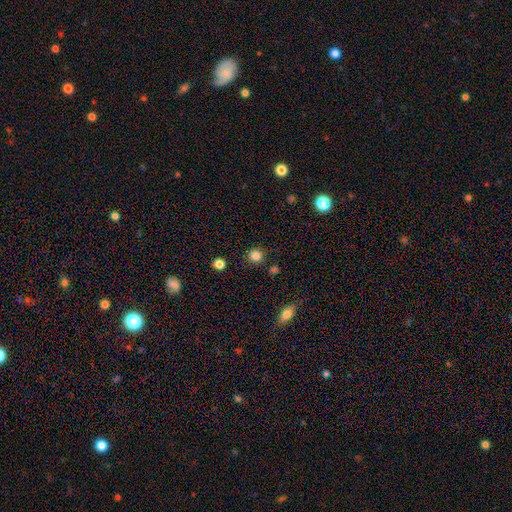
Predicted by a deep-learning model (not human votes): Overall: smooth (84%). How rounded: round (93%). Merging: none (88%).